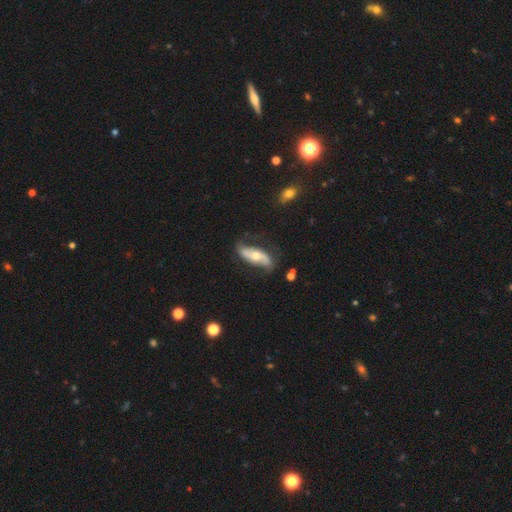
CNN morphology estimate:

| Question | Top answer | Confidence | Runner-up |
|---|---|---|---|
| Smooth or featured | featured or disk | 74% | smooth (20%) |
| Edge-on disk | no | 84% | yes (16%) |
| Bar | no | 55% | weak (25%) |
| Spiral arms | yes | 88% | no (12%) |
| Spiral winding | loose | 66% | medium (23%) |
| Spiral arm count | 2 | 90% | can't tell (6%) |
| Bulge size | moderate | 69% | small (22%) |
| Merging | none | 69% | minor disturbance (20%) |